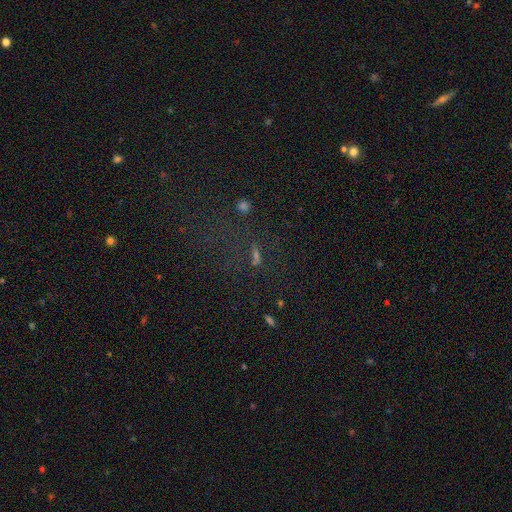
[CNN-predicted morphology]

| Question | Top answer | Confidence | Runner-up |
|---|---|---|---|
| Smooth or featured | star or artifact | 50% | smooth (32%) |